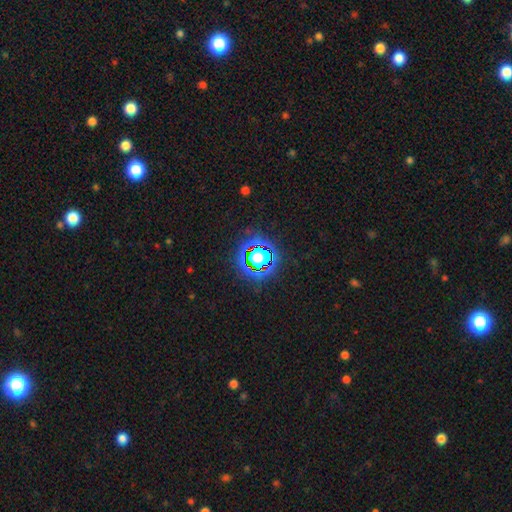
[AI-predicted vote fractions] This appears to be a star or artifact, not a galaxy (64%).